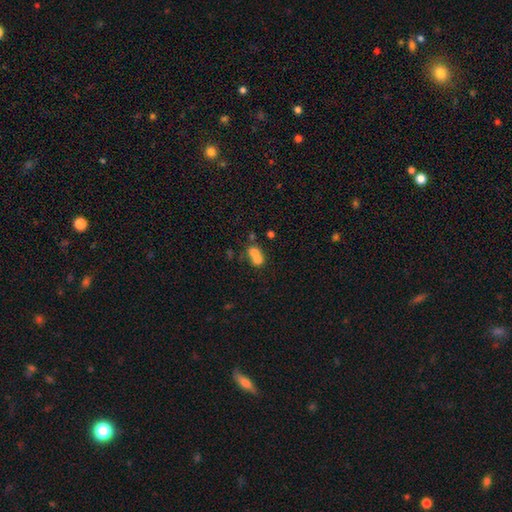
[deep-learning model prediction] Smooth or featured? Predicted: smooth (p=0.68). How rounded? Predicted: round (p=0.68). Merging? Predicted: merger (p=0.69).